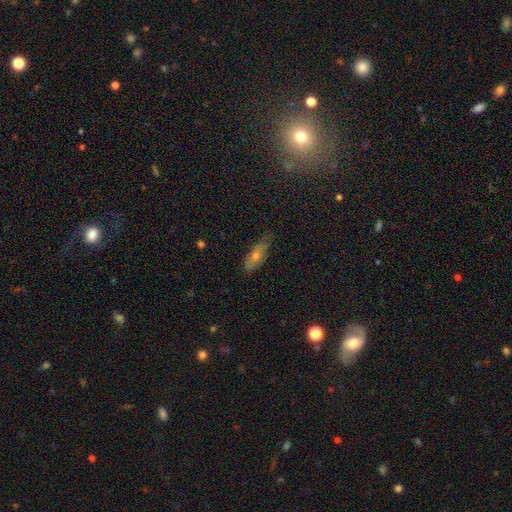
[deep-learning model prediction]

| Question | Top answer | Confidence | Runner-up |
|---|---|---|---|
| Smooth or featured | smooth | 46% | featured or disk (39%) |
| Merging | none | 70% | minor disturbance (23%) |